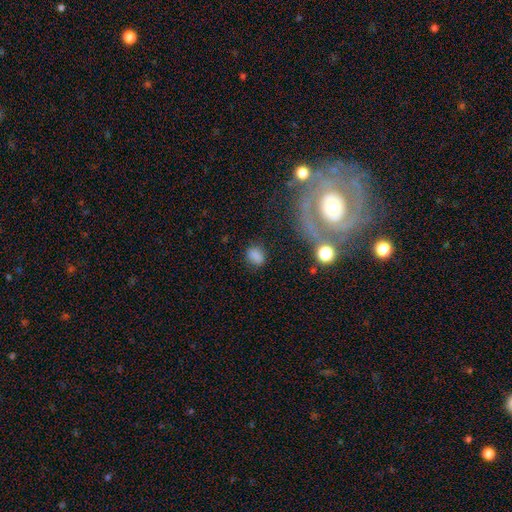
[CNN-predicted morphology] A smooth galaxy with no disk features (79%) that is in between round and cigar-shaped (58%).

Vote fractions:
- Smooth or featured? smooth: 79% / star or artifact: 13% / featured or disk: 8%
- How rounded? in between: 58% / round: 40% / cigar-shaped: 2%
- Merging? none: 77% / minor disturbance: 14% / major disturbance: 6% / merger: 3%